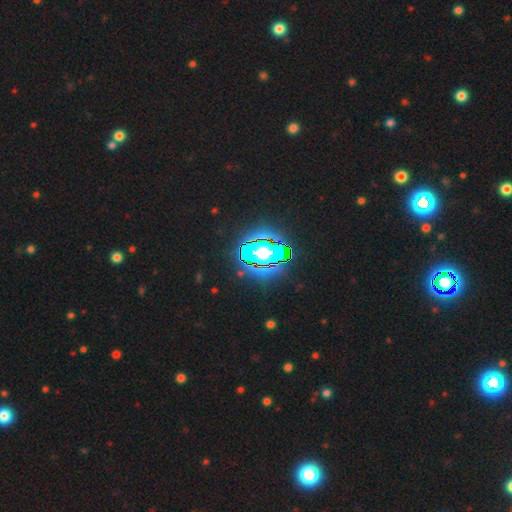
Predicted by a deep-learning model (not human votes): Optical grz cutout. It shows a star or artifact, not a galaxy (83%).